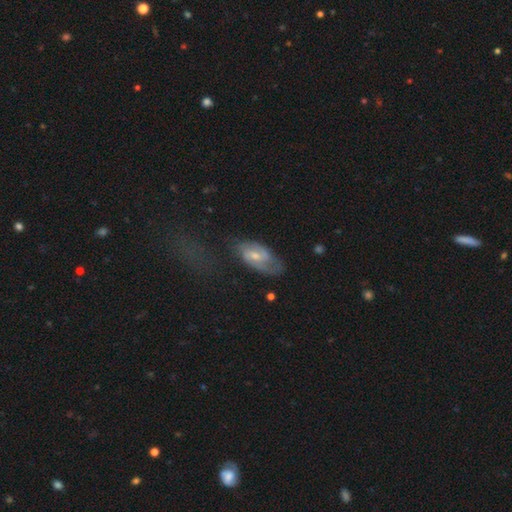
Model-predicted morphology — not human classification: A featured or disk galaxy (70%) with a weak bar (56%), 2 (71%) medium (46%) spiral arms (87%) and a small central bulge (50%). Merging: none (63%).